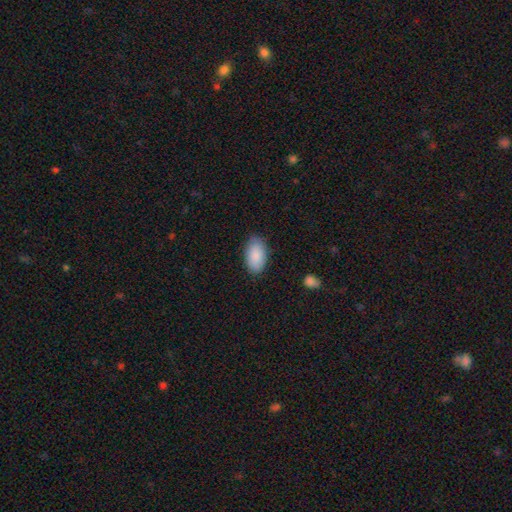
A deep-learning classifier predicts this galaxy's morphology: Smooth or featured? smooth (89%)
How rounded? in between (95%)
Merging? none (84%)